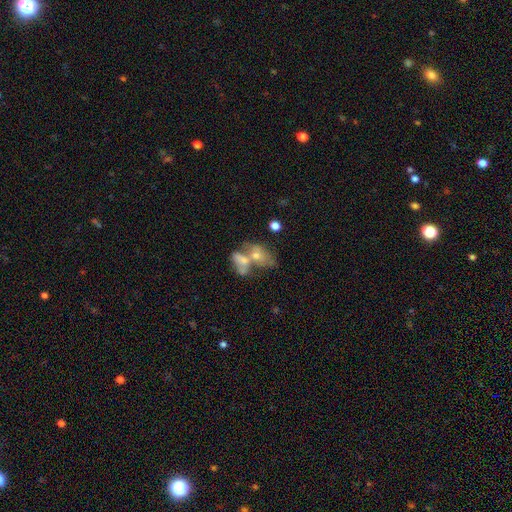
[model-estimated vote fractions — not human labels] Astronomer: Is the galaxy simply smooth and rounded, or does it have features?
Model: featured or disk — 44% (runner-up: smooth, 41%).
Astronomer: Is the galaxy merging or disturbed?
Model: merger — 61%.